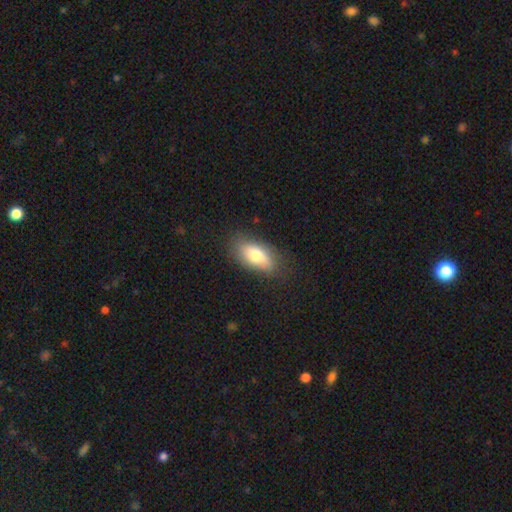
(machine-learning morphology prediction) smooth_or_featured: smooth (p=0.73) [alt: featured or disk p=0.20]
how_rounded: in between (p=0.86) [alt: cigar-shaped p=0.09]
merging: none (p=0.79) [alt: minor disturbance p=0.15]